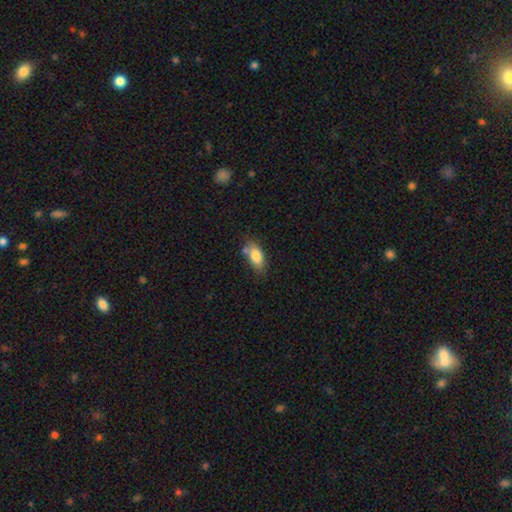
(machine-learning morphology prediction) Smooth or featured: smooth — 82% (featured or disk — 11%)
How rounded: in between — 88% (cigar-shaped — 8%)
Merging: none — 62% (minor disturbance — 20%)